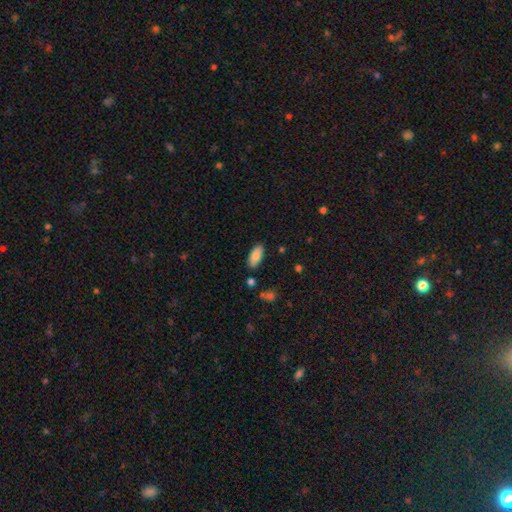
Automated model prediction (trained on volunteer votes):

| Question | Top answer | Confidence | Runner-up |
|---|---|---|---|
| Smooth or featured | smooth | 87% | star or artifact (7%) |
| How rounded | in between | 86% | cigar-shaped (12%) |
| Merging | none | 85% | minor disturbance (10%) |